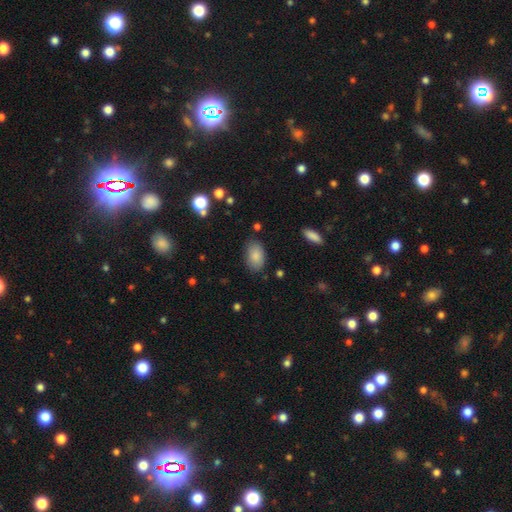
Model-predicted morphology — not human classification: Q: Smooth or featured?
A: smooth (85%); runner-up: star or artifact (8%)
Q: How rounded?
A: in between (92%); runner-up: round (6%)
Q: Merging?
A: none (81%); runner-up: minor disturbance (14%)